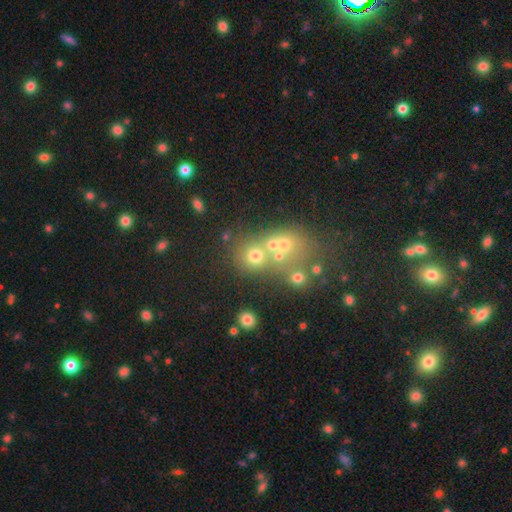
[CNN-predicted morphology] Smooth or featured? smooth (57%)
How rounded? round (77%)
Merging? none (47%)